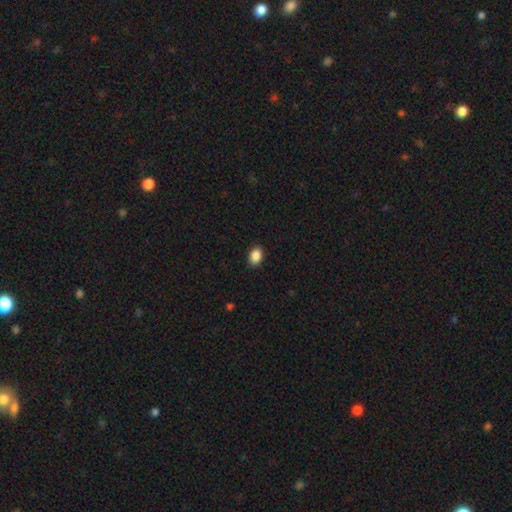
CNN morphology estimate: The model was most divided on "how rounded": in between: 75%, round: 24%, cigar-shaped: 1%. More confident: merging — none (90%); smooth or featured — smooth (89%).